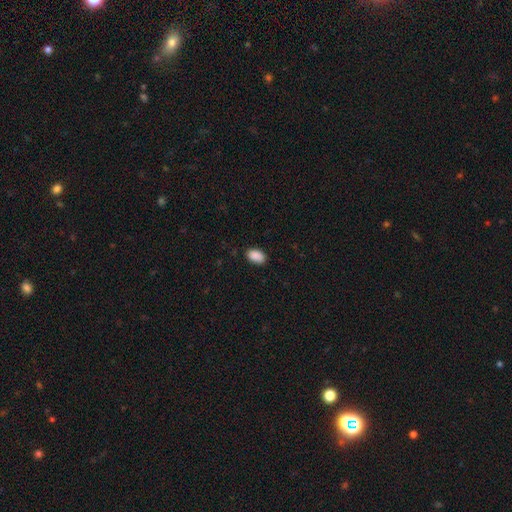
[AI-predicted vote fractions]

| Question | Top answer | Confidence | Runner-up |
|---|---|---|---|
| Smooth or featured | smooth | 90% | star or artifact (7%) |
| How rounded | in between | 92% | round (6%) |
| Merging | none | 85% | minor disturbance (11%) |